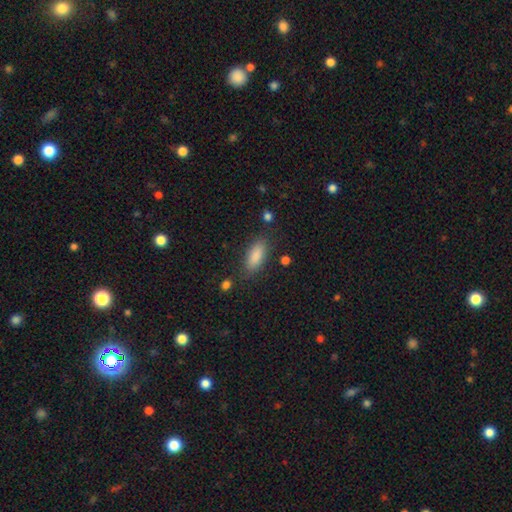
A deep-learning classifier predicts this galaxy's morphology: The model was most divided on "how rounded": in between: 73%, cigar-shaped: 25%, round: 2%. More confident: smooth or featured — smooth (85%); merging — none (84%).